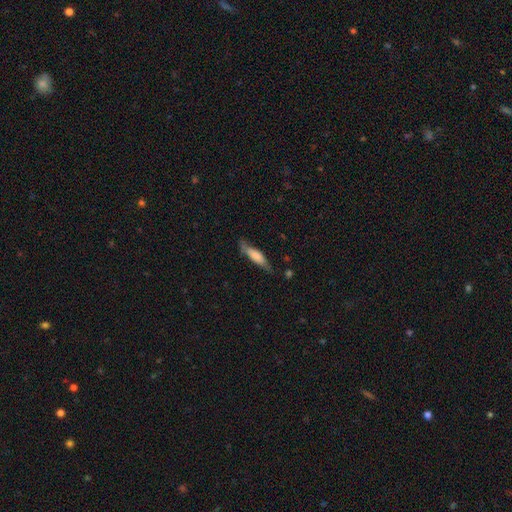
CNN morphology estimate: A smooth galaxy with no disk features (65%) that is cigar-shaped (66%). Merging: none (66%).